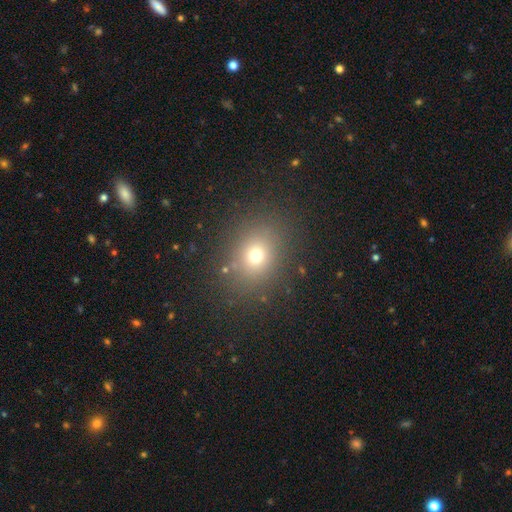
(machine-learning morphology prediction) smooth-or-featured: smooth: 70% | star or artifact: 19% | featured or disk: 11%
  how-rounded: round: 55% | in between: 44% | cigar-shaped: 1%
  merging: none: 84% | minor disturbance: 9% | major disturbance: 4% | merger: 2%